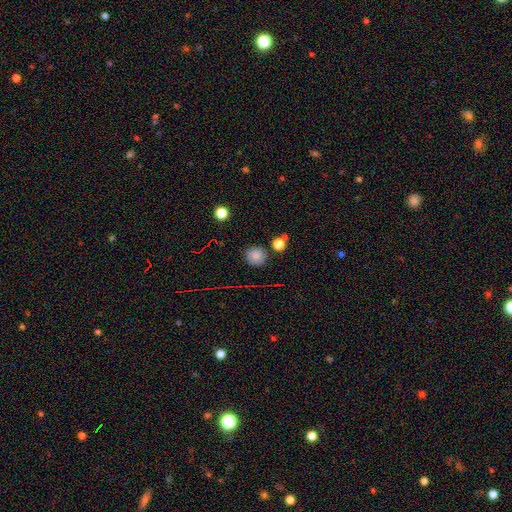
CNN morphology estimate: Q: Smooth or featured?
A: smooth (82%); runner-up: star or artifact (13%)
Q: How rounded?
A: round (90%); runner-up: in between (9%)
Q: Merging?
A: none (85%); runner-up: minor disturbance (9%)